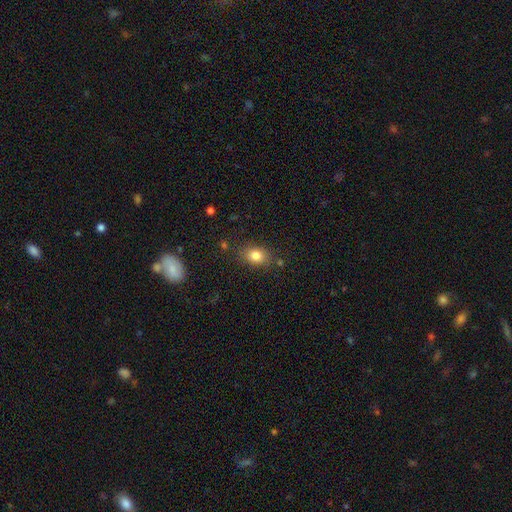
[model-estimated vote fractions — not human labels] Smooth or featured? Predicted: smooth (p=0.81). How rounded? Predicted: in between (p=0.68). Merging? Predicted: none (p=0.81).